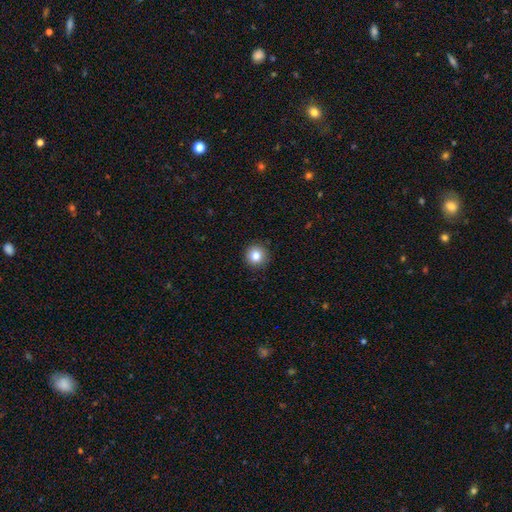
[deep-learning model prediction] smooth_or_featured: smooth (p=0.82) [alt: star or artifact p=0.11]
how_rounded: round (p=0.95) [alt: in between p=0.04]
merging: none (p=0.92) [alt: minor disturbance p=0.05]